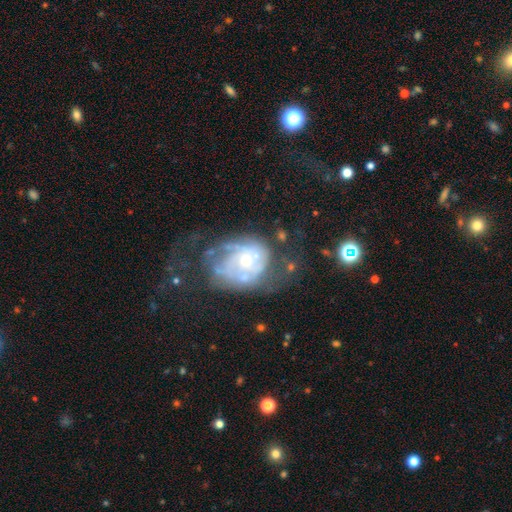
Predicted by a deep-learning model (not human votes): This is likely a featured or disk galaxy (73%). It is clearly not viewed edge-on (97%). Bar: clearly no (81%). Spiral arm pattern: likely yes (64%). Central bulge: possibly moderate (48%). Merging: marginally none (37%).